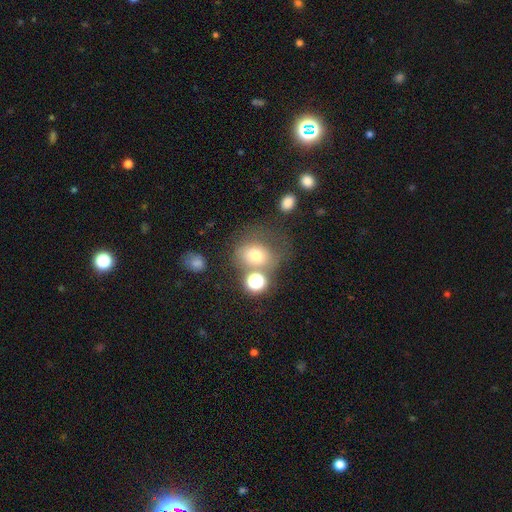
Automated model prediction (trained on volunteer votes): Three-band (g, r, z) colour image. It shows a smooth galaxy with no disk features (67%) that is round (64%). Merging: none (44%).